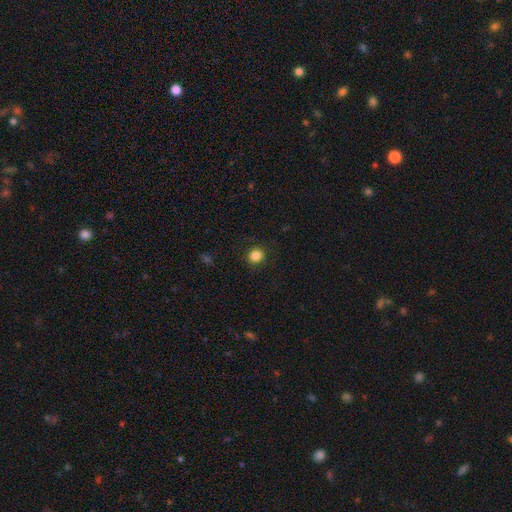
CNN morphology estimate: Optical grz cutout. It shows a smooth galaxy with no disk features (85%) that is round (87%). Merging: none (90%).